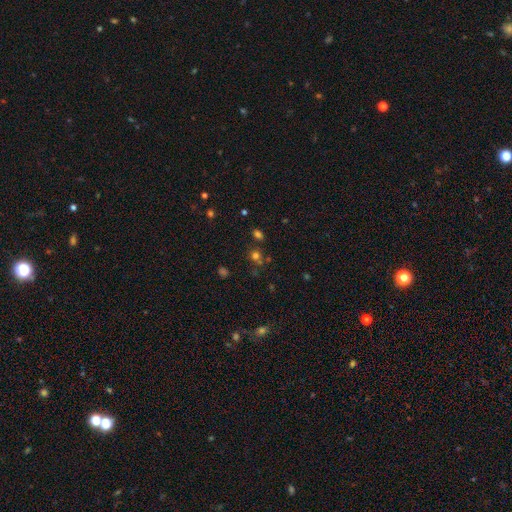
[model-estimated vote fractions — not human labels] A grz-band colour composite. It shows a smooth galaxy with no disk features (61%) that is round (81%). Merging: none (71%).